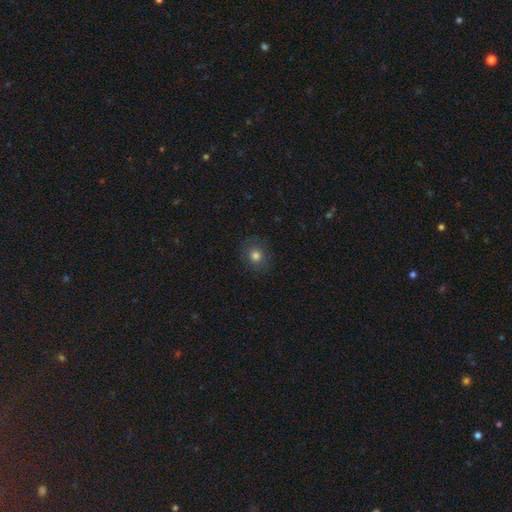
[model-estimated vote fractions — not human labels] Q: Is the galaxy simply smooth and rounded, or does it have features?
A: smooth — 79%.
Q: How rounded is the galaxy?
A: round — 77%.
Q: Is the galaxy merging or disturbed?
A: none — 86%.